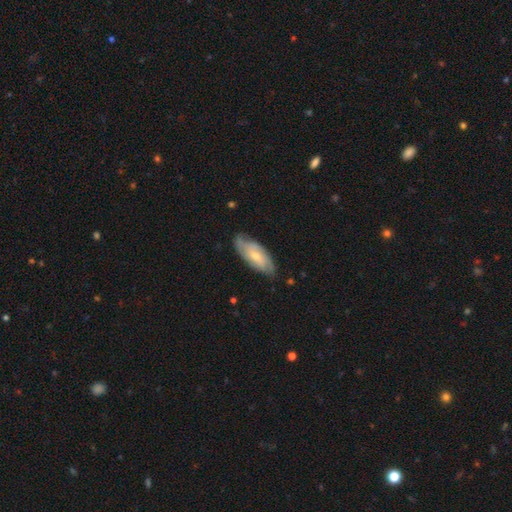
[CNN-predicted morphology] smooth-or-featured: featured or disk: 59% | smooth: 35% | star or artifact: 5%
  disk-edge-on: no: 88% | yes: 12%
    bar: no: 58% | weak: 34% | strong: 8%
    has-spiral-arms: yes: 86% | no: 14%
    bulge-size: small: 55% | moderate: 40% | none: 2% | large: 2% | dominant: 1%
  merging: none: 74% | minor disturbance: 21% | major disturbance: 4% | merger: 1%